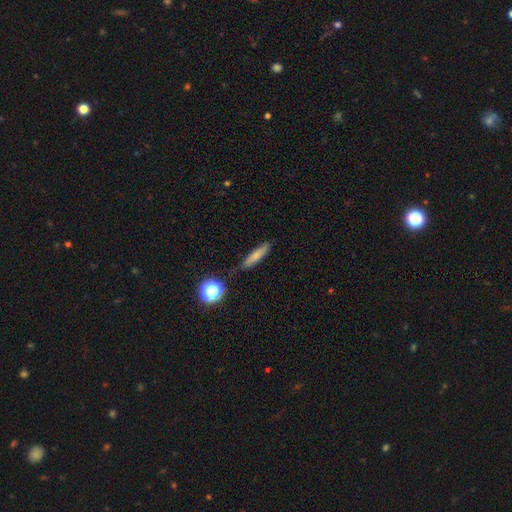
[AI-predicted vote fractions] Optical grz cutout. It shows a smooth galaxy with no disk features (68%) that is cigar-shaped (80%). Merging: none (78%).